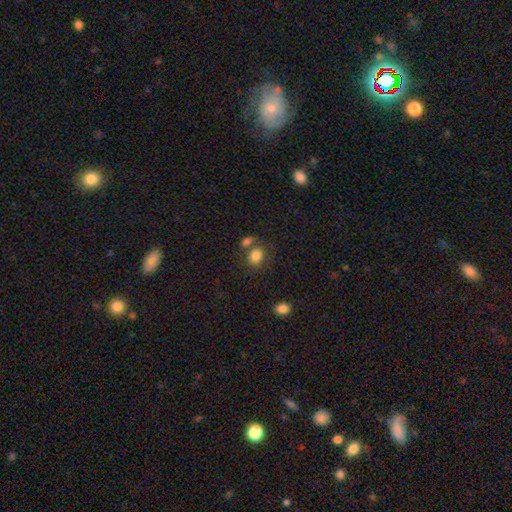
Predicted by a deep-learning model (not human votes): Smooth or featured: smooth — 84% (star or artifact — 10%)
How rounded: in between — 56% (round — 43%)
Merging: none — 59% (merger — 25%)